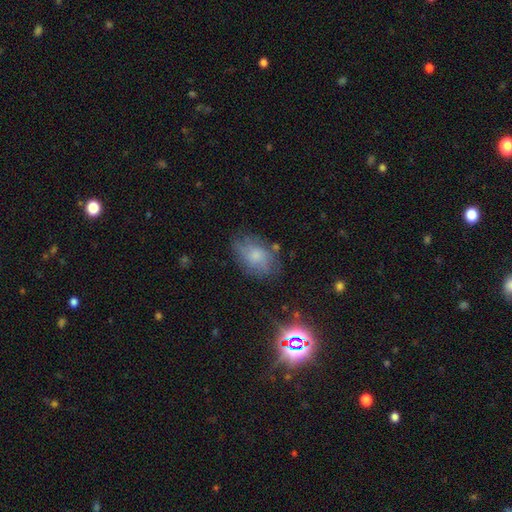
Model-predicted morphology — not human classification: Smooth or featured: smooth — 55% (featured or disk — 31%)
How rounded: in between — 83% (round — 15%)
Merging: none — 62% (minor disturbance — 25%)